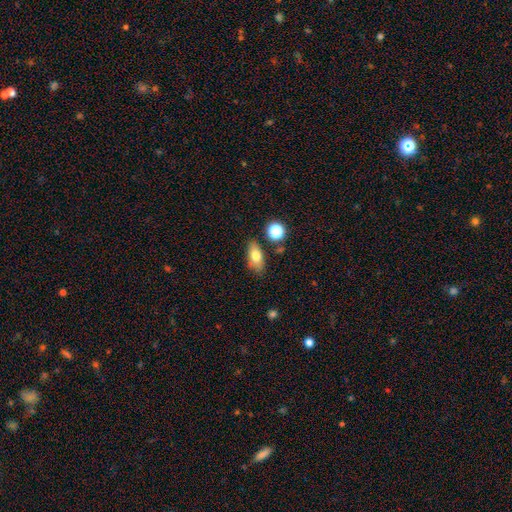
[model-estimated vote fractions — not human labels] smooth 75%, featured or disk 16%, star or artifact 9%. Down the decision tree: how rounded — in between (84%); merging — none (77%).